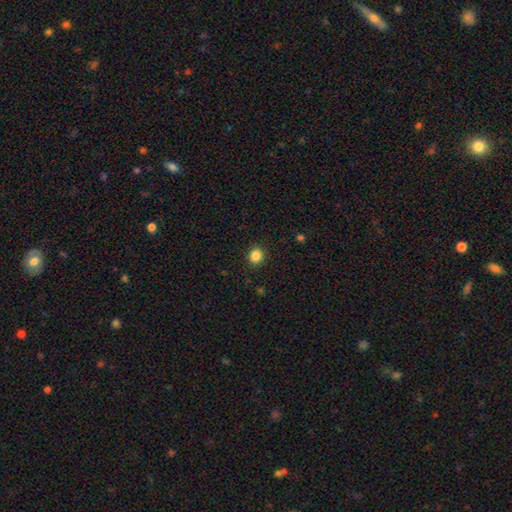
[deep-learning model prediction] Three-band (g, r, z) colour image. It shows a smooth galaxy with no disk features (85%) that is round (84%). Merging: none (91%).